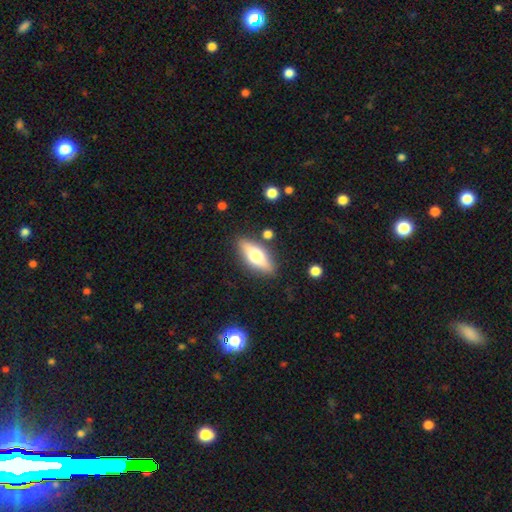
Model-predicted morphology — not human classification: This appears to be a smooth galaxy with no disk features (52%) that is in between round and cigar-shaped (66%). Merging: none (84%).